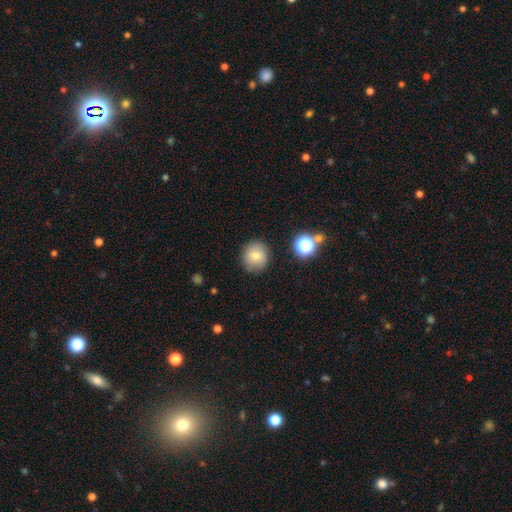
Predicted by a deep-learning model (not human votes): A smooth galaxy with no disk features (79%) that is round (87%).

Vote fractions:
- Smooth or featured? smooth: 79% / star or artifact: 12% / featured or disk: 10%
- How rounded? round: 87% / in between: 12% / cigar-shaped: 1%
- Merging? none: 87% / minor disturbance: 8% / major disturbance: 3% / merger: 2%